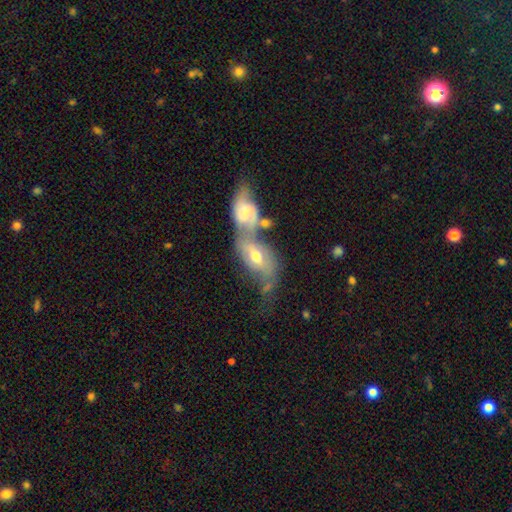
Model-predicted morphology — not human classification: This is possibly a featured or disk galaxy (58%). It is clearly not viewed edge-on (88%). Bar: possibly no (52%). Spiral arm pattern: likely yes (66%). Central bulge: likely moderate (65%). Merging: likely merger (66%).